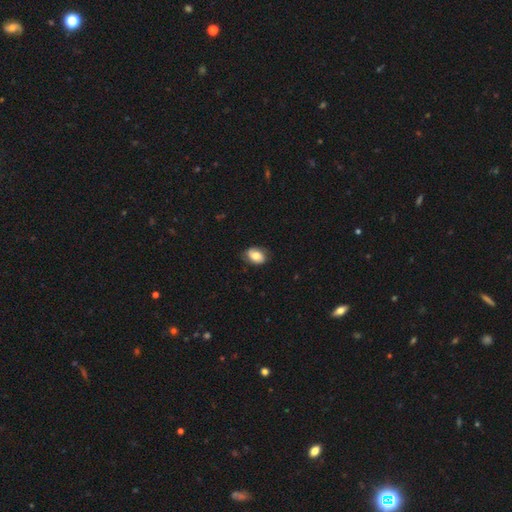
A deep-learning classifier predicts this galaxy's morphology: type=smooth (75%); roundness=in between (83%); merging=none (80%).